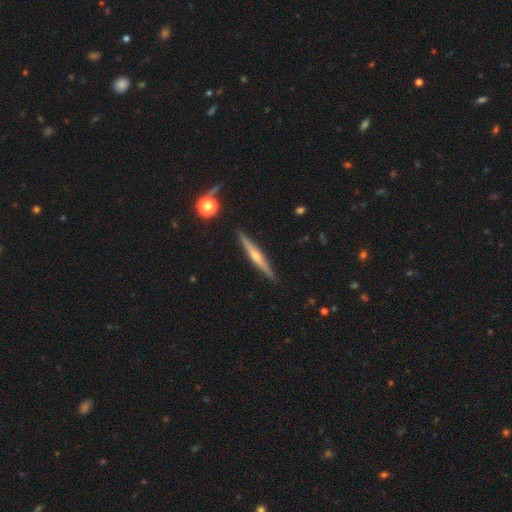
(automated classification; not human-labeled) Q: Smooth or featured?
A: featured or disk (74%); runner-up: smooth (20%)
Q: Edge-on disk?
A: yes (98%); runner-up: no (2%)
Q: Edge-on bulge?
A: rounded (83%); runner-up: none (12%)
Q: Merging?
A: none (91%); runner-up: minor disturbance (7%)